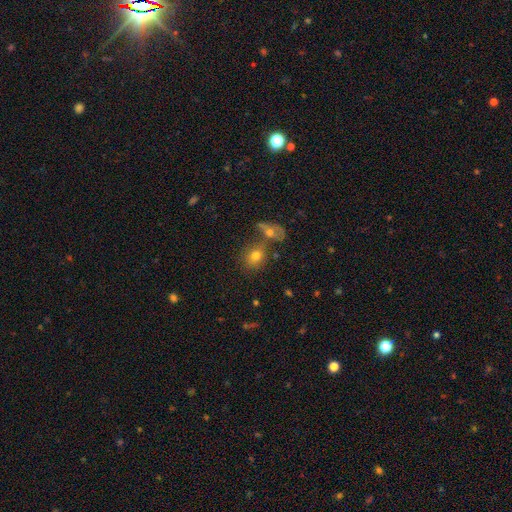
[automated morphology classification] smooth_or_featured: smooth (p=0.73) [alt: featured or disk p=0.15]
how_rounded: round (p=0.59) [alt: in between p=0.40]
merging: none (p=0.54) [alt: merger p=0.30]